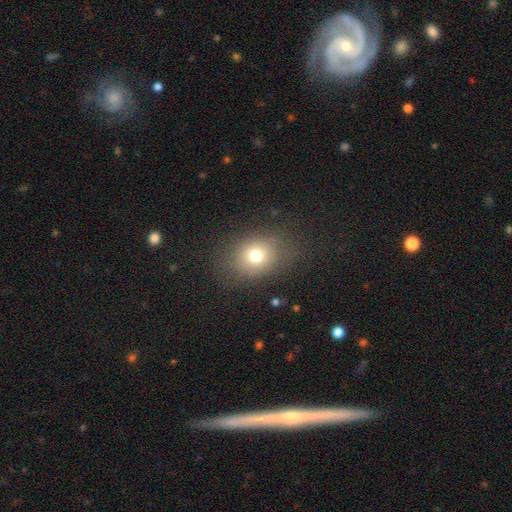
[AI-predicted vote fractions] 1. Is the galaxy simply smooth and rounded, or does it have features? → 72% smooth, 15% star or artifact, 13% featured or disk.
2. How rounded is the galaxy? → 50% round, 49% in between, 1% cigar-shaped.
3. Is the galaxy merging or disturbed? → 76% none, 14% minor disturbance, 9% major disturbance, 1% merger.